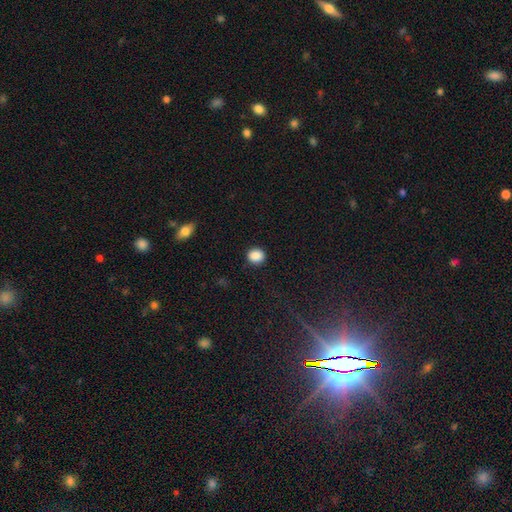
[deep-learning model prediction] Q: Smooth or featured?
A: smooth (88%); runner-up: star or artifact (9%)
Q: How rounded?
A: round (79%); runner-up: in between (20%)
Q: Merging?
A: none (89%); runner-up: minor disturbance (7%)